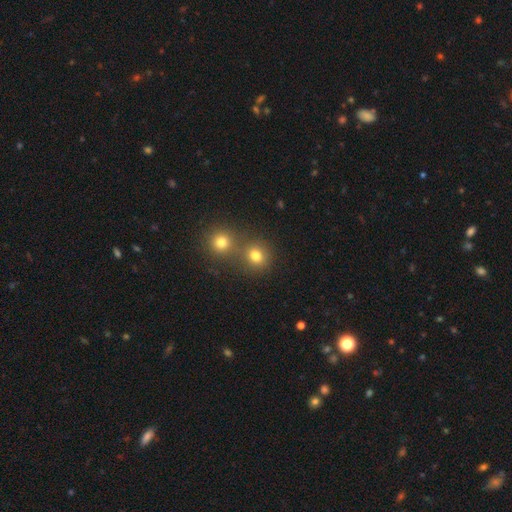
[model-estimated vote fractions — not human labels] This appears to be a smooth galaxy with no disk features (76%) that is round (85%). Merging: none (58%).